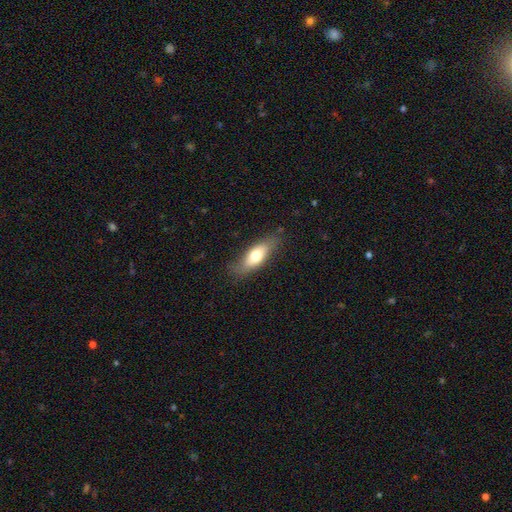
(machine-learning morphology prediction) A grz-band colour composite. It shows a smooth galaxy with no disk features (65%) that is in between round and cigar-shaped (69%). Merging: none (75%).